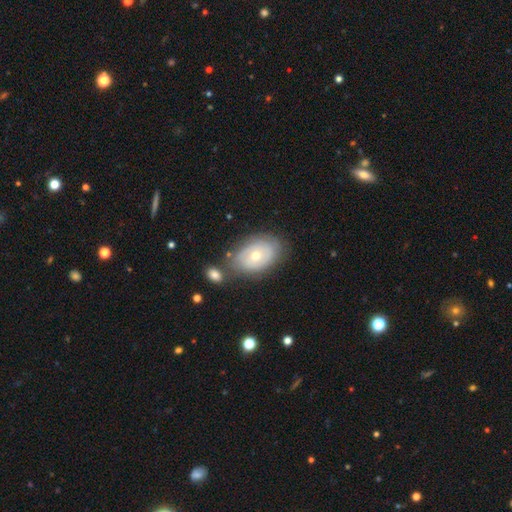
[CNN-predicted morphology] smooth-or-featured: featured or disk: 53% | smooth: 40% | star or artifact: 7%
  disk-edge-on: no: 93% | yes: 7%
  merging: none: 67% | minor disturbance: 19% | merger: 8% | major disturbance: 6%